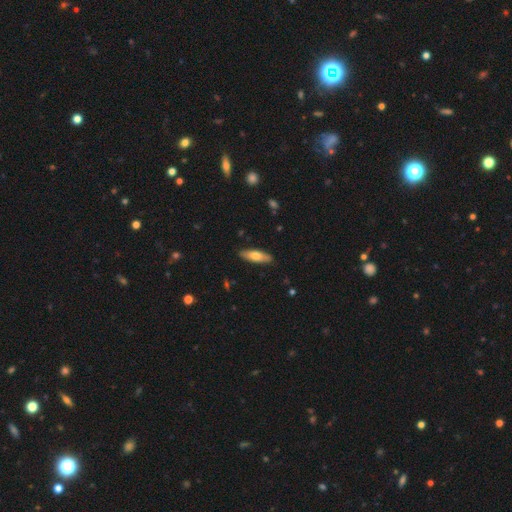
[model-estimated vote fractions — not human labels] Smooth or featured: smooth — 66% (featured or disk — 29%)
How rounded: cigar-shaped — 51% (in between — 47%)
Merging: none — 88% (minor disturbance — 9%)